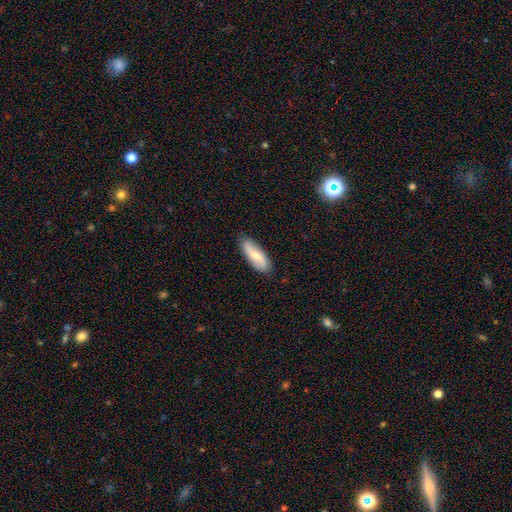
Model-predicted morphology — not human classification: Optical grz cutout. It shows a smooth galaxy with no disk features (53%) that is in between round and cigar-shaped (65%). Merging: none (85%).